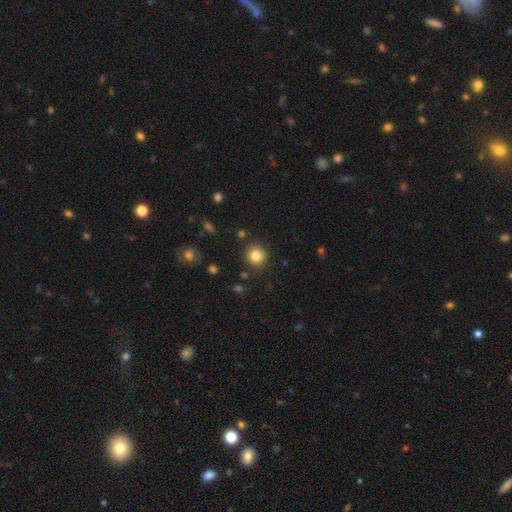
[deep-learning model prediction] smooth-or-featured: smooth: 83% | star or artifact: 11% | featured or disk: 6%
  how-rounded: round: 90% | in between: 9% | cigar-shaped: 1%
  merging: none: 88% | minor disturbance: 7% | major disturbance: 2% | merger: 2%